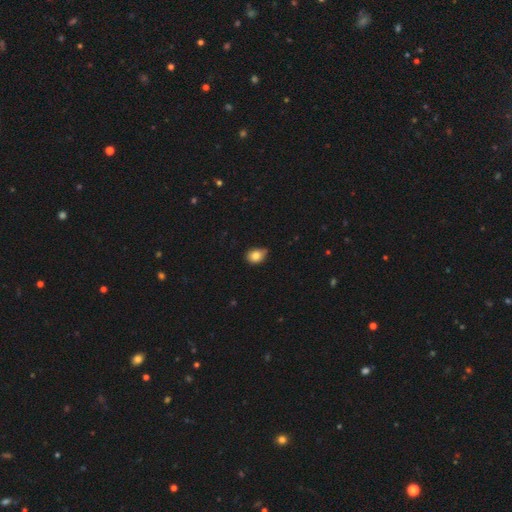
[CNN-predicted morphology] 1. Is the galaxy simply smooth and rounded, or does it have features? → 82% smooth, 10% star or artifact, 8% featured or disk.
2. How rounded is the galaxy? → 51% in between, 48% round, 1% cigar-shaped.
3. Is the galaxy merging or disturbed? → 55% none, 37% minor disturbance, 5% major disturbance, 3% merger.